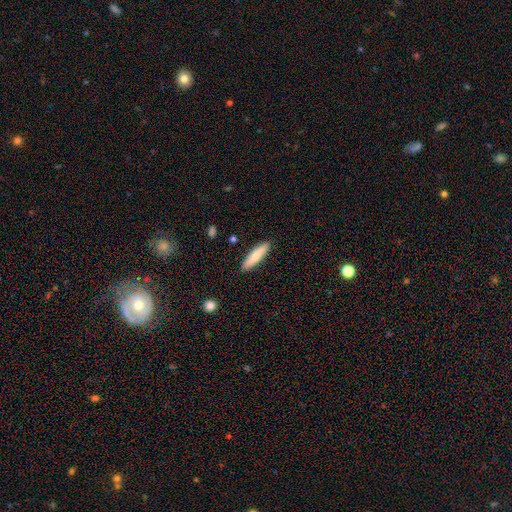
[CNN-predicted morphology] smooth-or-featured: smooth: 79% | featured or disk: 16% | star or artifact: 5%
  how-rounded: cigar-shaped: 76% | in between: 23% | round: 1%
  merging: none: 89% | minor disturbance: 8% | major disturbance: 2% | merger: 1%